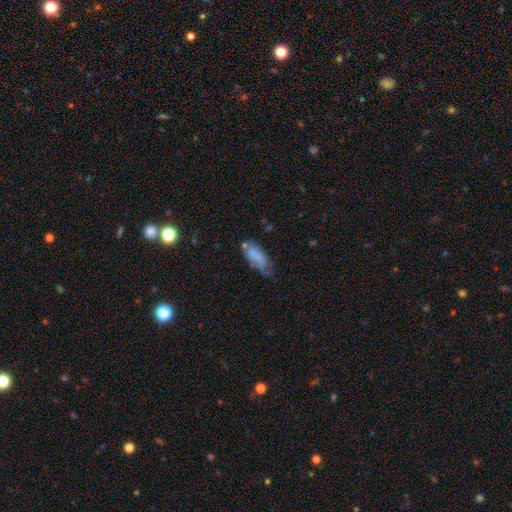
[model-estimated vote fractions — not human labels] Smooth or featured: smooth — 72% (featured or disk — 20%)
How rounded: in between — 82% (cigar-shaped — 16%)
Merging: minor disturbance — 37% (none — 34%)